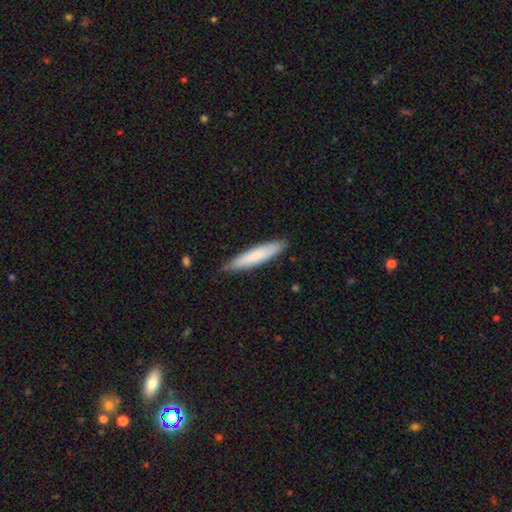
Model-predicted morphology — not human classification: smooth 78%, featured or disk 17%, star or artifact 5%. Down the decision tree: how rounded — cigar-shaped (88%); merging — none (86%).